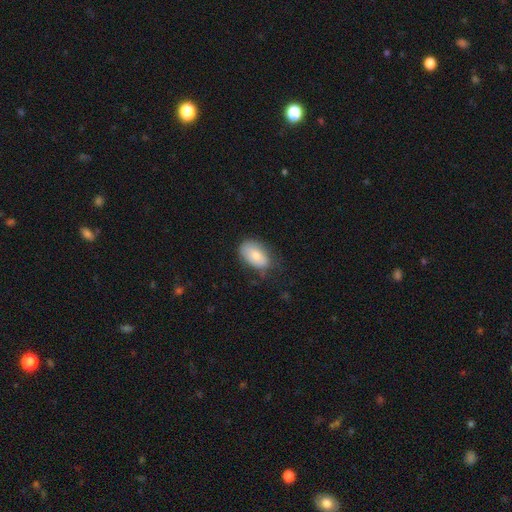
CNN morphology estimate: smooth 77%, featured or disk 16%, star or artifact 7%. Down the decision tree: how rounded — in between (92%); merging — none (66%).